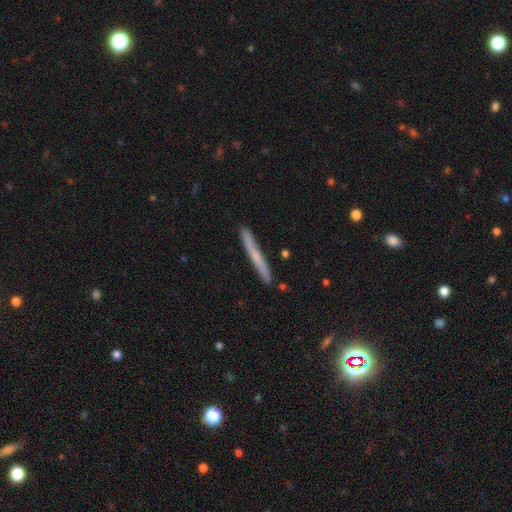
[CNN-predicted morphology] Q: Smooth or featured?
A: smooth (50%); runner-up: featured or disk (43%)
Q: Merging?
A: none (88%); runner-up: minor disturbance (9%)